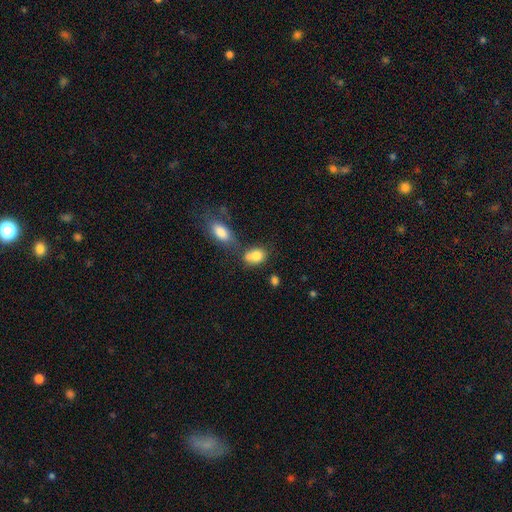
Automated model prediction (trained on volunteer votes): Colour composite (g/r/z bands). It shows a smooth galaxy with no disk features (81%) that is in between round and cigar-shaped (62%). Merging: merger (43%).